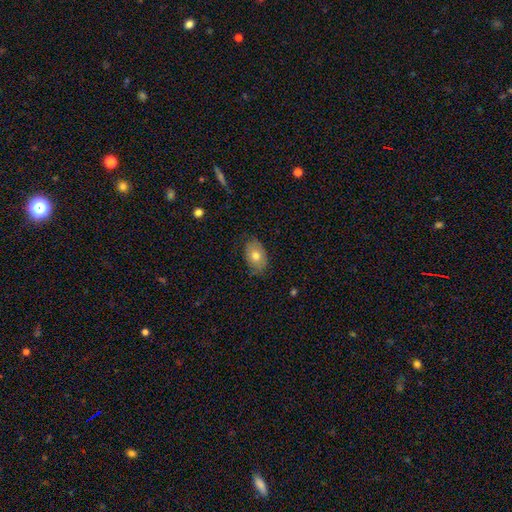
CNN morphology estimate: type=smooth (72%); roundness=in between (85%); merging=none (72%).